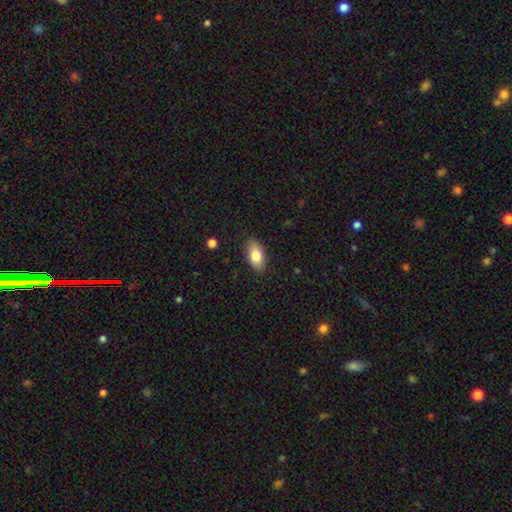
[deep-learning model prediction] smooth-or-featured: smooth: 80% | featured or disk: 13% | star or artifact: 7%
  how-rounded: in between: 91% | round: 5% | cigar-shaped: 4%
  merging: none: 87% | minor disturbance: 10% | major disturbance: 2% | merger: 1%